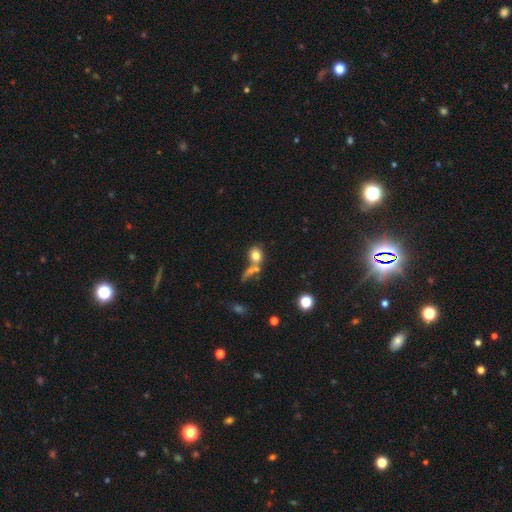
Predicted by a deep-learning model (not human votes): A smooth galaxy with no disk features (75%) that is round (60%). Merging: merger (41%).